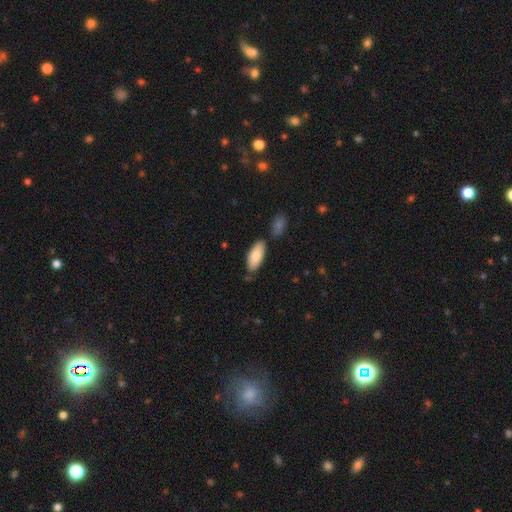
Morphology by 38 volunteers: smooth_or_featured: smooth (p=0.82) [alt: featured or disk p=0.11]
how_rounded: in between (p=0.71) [alt: cigar-shaped p=0.29]
merging: none (p=0.74) [alt: minor disturbance p=0.14]